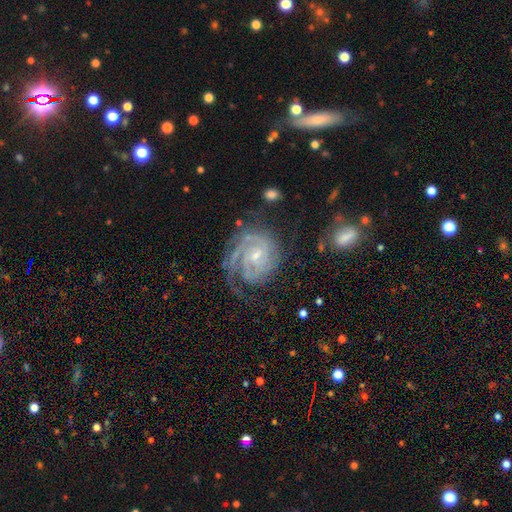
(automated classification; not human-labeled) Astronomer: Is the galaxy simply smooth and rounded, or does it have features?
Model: featured or disk — 89%.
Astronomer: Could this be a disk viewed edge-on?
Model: no — 98%.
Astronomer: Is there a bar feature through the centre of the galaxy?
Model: no — 46% (runner-up: weak, 43%).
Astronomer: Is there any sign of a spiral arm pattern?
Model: yes — 97%.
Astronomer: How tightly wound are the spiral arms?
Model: tight — 70%.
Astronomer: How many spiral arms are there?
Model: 3 — 27% (runner-up: can't tell, 25%).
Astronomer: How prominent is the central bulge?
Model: small — 70%.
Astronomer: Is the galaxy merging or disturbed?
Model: none — 60%.